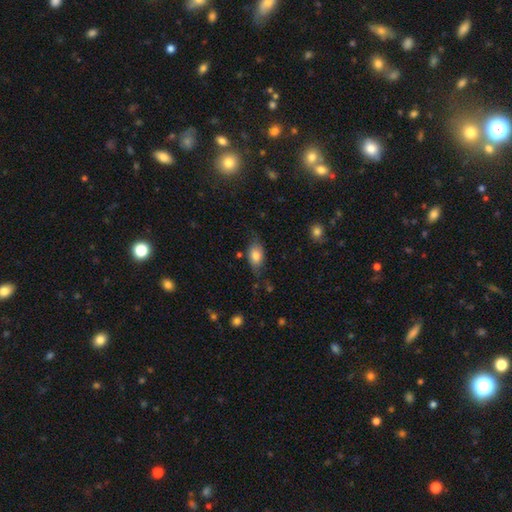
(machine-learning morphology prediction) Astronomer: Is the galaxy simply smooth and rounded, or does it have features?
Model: smooth — 76%.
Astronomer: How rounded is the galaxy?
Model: in between — 87%.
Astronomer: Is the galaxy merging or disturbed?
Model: none — 64%.